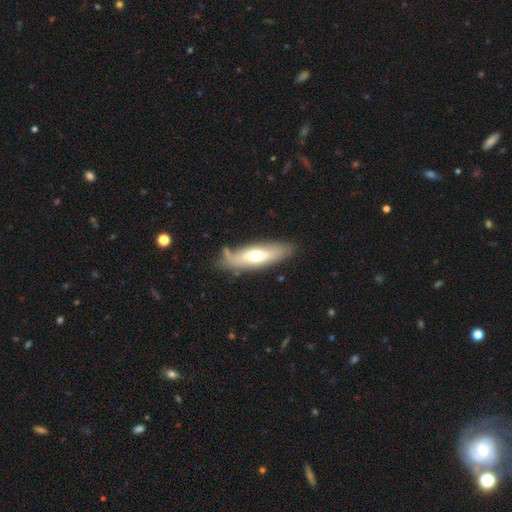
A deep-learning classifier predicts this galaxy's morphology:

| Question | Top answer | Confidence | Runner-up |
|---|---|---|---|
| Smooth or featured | smooth | 52% | featured or disk (42%) |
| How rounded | in between | 50% | cigar-shaped (48%) |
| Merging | none | 68% | minor disturbance (19%) |